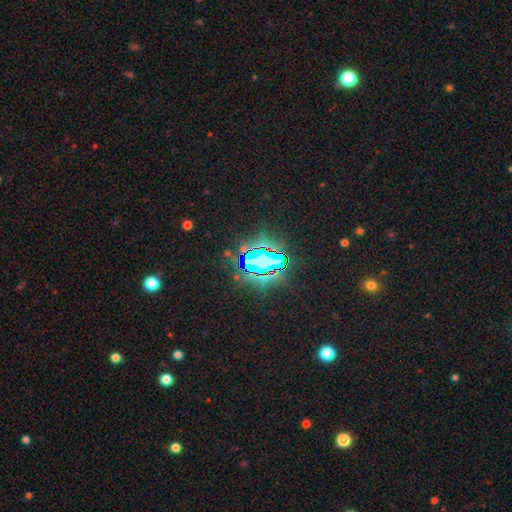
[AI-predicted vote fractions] Smooth or featured? Predicted: star or artifact (p=0.83).